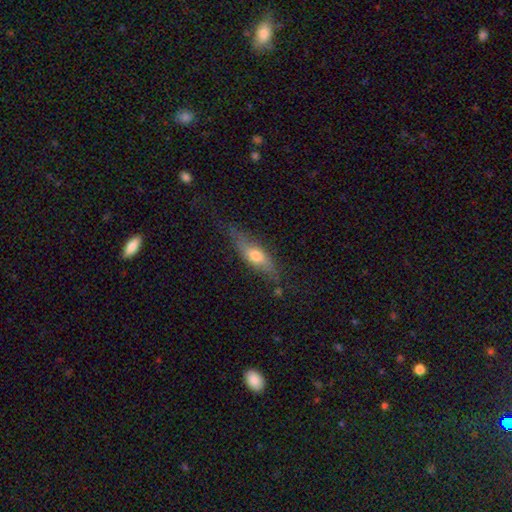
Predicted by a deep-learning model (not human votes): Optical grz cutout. It shows a smooth galaxy with no disk features (53%) that is cigar-shaped (49%). Merging: none (62%).